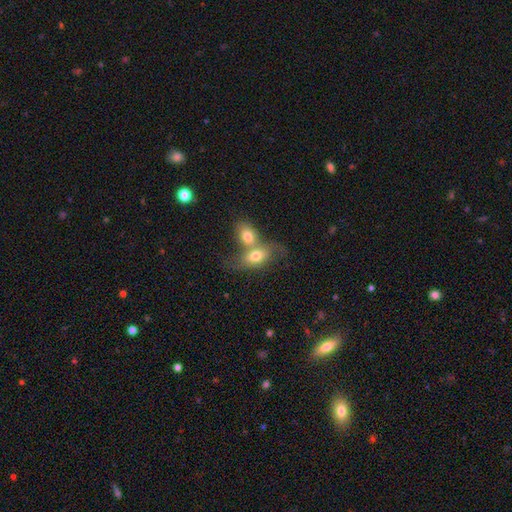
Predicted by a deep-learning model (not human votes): This is likely a smooth galaxy (70%). How rounded: clearly in between (81%). Merging: likely merger (69%).